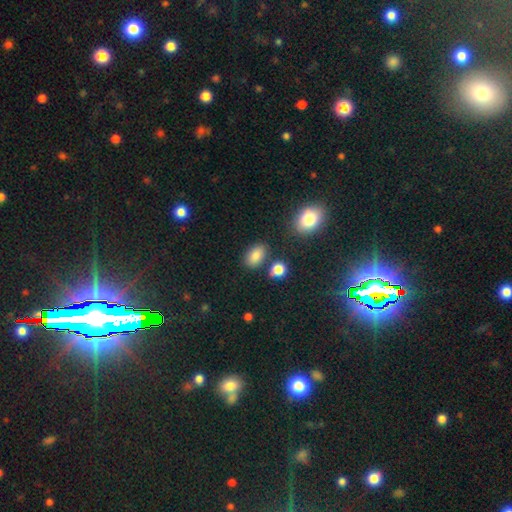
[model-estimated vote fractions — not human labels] smooth 83%, star or artifact 11%, featured or disk 6%. Down the decision tree: how rounded — in between (86%); merging — none (79%).